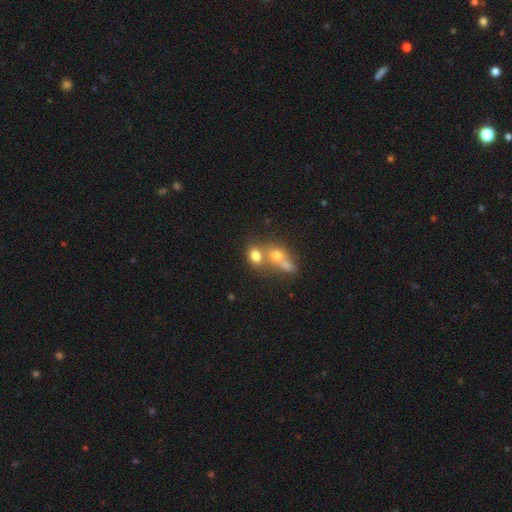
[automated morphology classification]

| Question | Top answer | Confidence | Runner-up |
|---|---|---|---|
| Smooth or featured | smooth | 72% | star or artifact (14%) |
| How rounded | in between | 51% | round (47%) |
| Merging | merger | 50% | none (37%) |